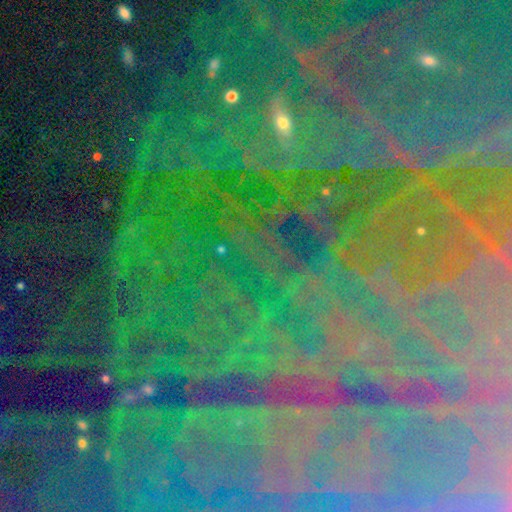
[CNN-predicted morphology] A star or artifact, not a galaxy (86%).